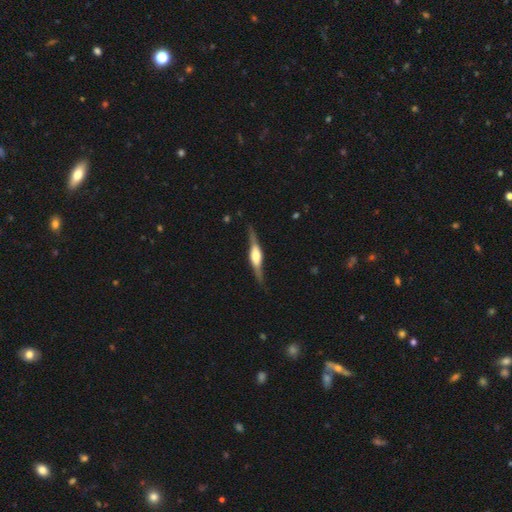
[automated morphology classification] Smooth or featured?
  - featured or disk: 76% *
  - smooth: 19%
  - star or artifact: 5%
Edge-on disk?
  - yes: 95% *
  - no: 5%
Edge-on bulge?
  - rounded: 77% *
  - boxy: 20%
  - none: 3%
Merging?
  - none: 83% *
  - minor disturbance: 13%
  - major disturbance: 3%
  - merger: 1%